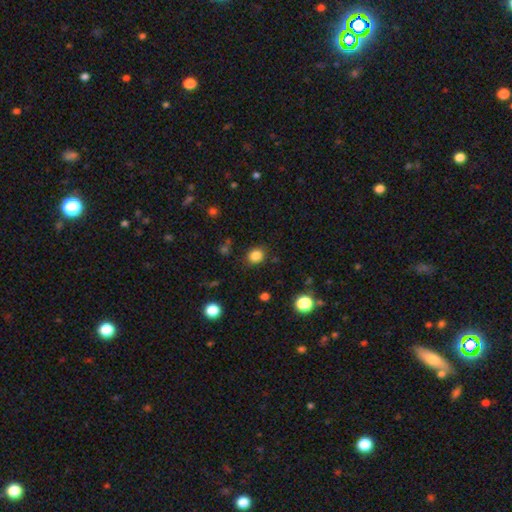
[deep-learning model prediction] Smooth or featured: smooth — 84% (star or artifact — 12%)
How rounded: round — 68% (in between — 31%)
Merging: none — 86% (minor disturbance — 10%)